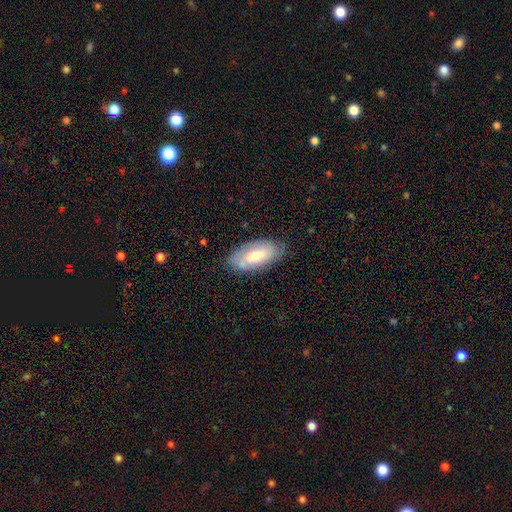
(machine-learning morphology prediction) Smooth or featured?
  - smooth: 56% *
  - featured or disk: 37%
  - star or artifact: 7%
How rounded?
  - in between: 90% *
  - cigar-shaped: 7%
  - round: 2%
Merging?
  - none: 74% *
  - minor disturbance: 19%
  - major disturbance: 4%
  - merger: 2%